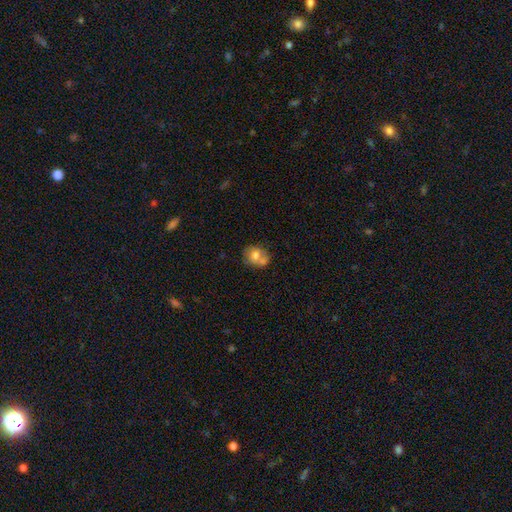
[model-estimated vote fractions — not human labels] Morphology: type=smooth (66%); roundness=round (58%); merging=none (40%).